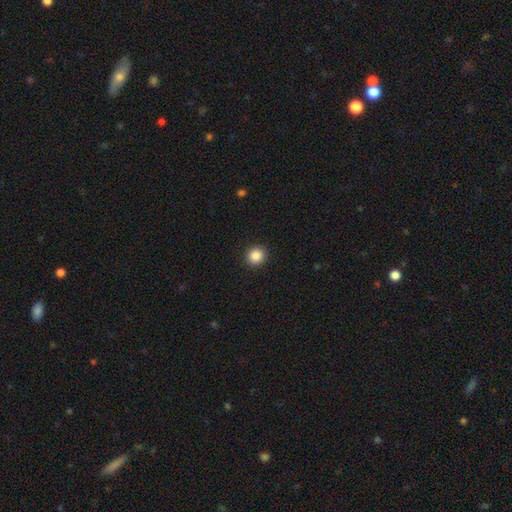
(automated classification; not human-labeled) A smooth galaxy with no disk features (87%) that is round (89%). Merging: none (92%).